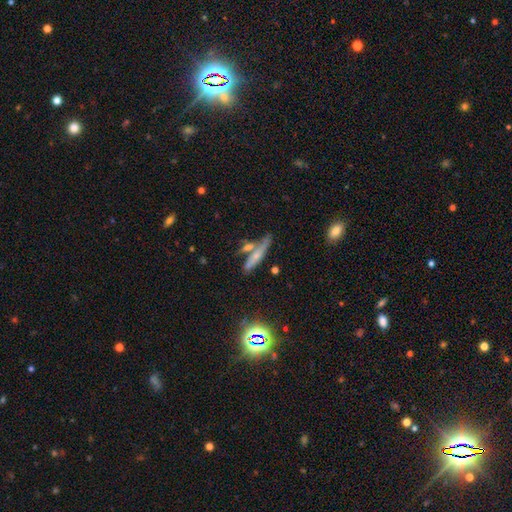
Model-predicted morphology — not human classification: Smooth or featured? smooth (53%)
How rounded? cigar-shaped (81%)
Merging? none (55%)